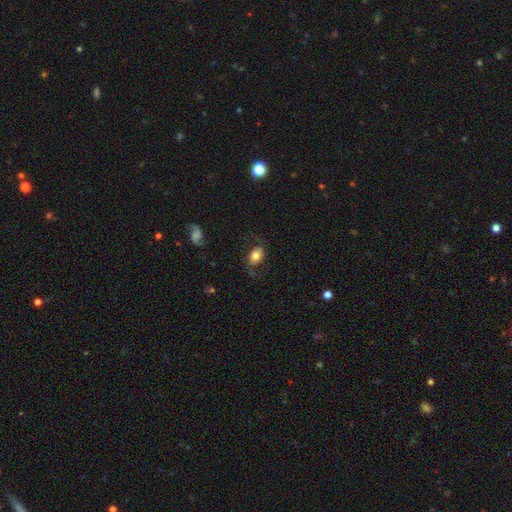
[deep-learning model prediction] Smooth or featured? smooth (54%)
How rounded? in between (75%)
Merging? none (67%)